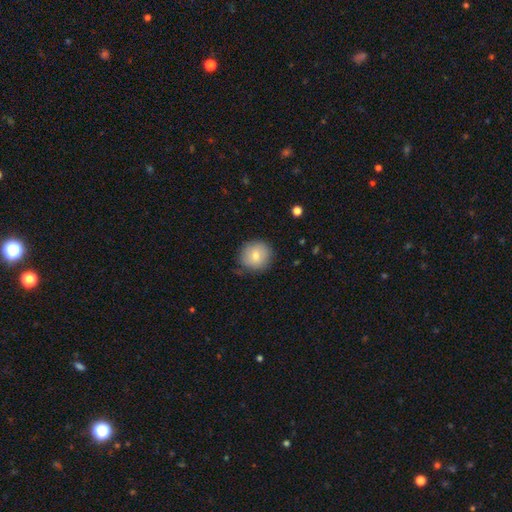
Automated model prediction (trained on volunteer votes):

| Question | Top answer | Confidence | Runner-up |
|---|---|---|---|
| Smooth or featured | smooth | 77% | featured or disk (15%) |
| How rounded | round | 90% | in between (9%) |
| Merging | none | 77% | minor disturbance (18%) |